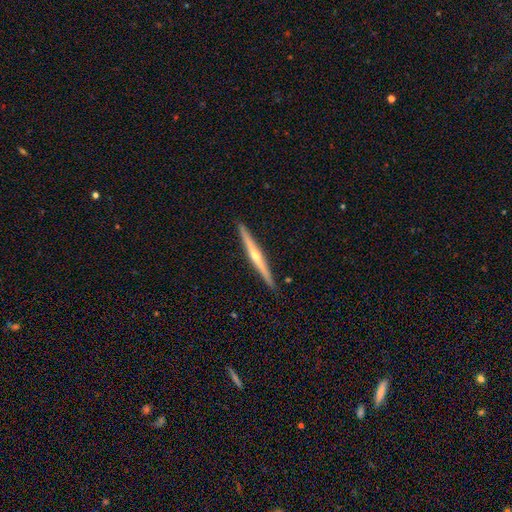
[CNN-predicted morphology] Smooth or featured?
  - featured or disk: 78% *
  - smooth: 17%
  - star or artifact: 5%
Edge-on disk?
  - yes: 98% *
  - no: 2%
Edge-on bulge?
  - rounded: 85% *
  - none: 13%
  - boxy: 2%
Merging?
  - none: 92% *
  - minor disturbance: 6%
  - major disturbance: 1%
  - merger: 1%